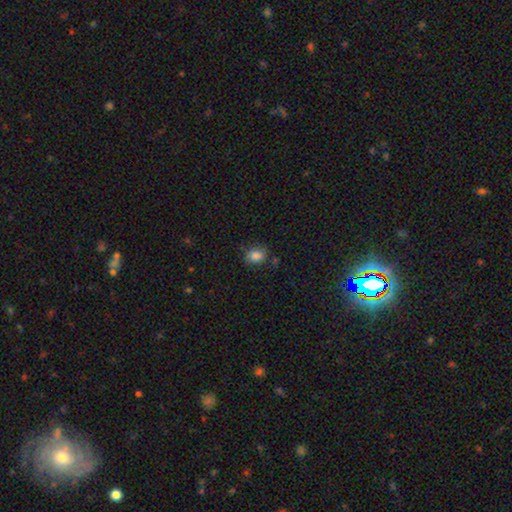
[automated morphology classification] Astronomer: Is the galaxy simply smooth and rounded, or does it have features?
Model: smooth — 84%.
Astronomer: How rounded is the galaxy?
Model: in between — 52% (runner-up: round, 47%).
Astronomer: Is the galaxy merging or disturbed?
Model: none — 76%.